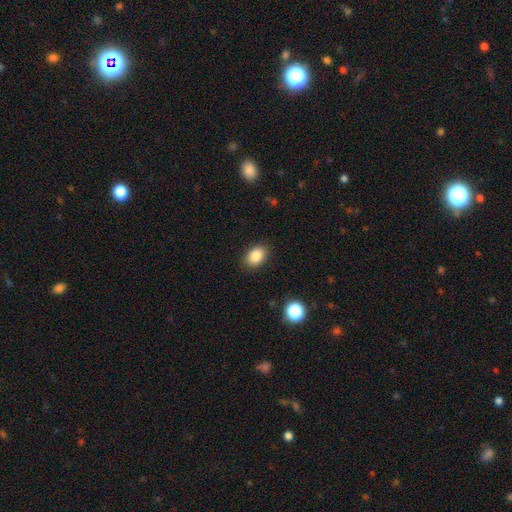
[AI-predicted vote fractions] Q: Smooth or featured?
A: smooth (85%); runner-up: star or artifact (9%)
Q: How rounded?
A: in between (78%); runner-up: round (21%)
Q: Merging?
A: none (87%); runner-up: minor disturbance (9%)